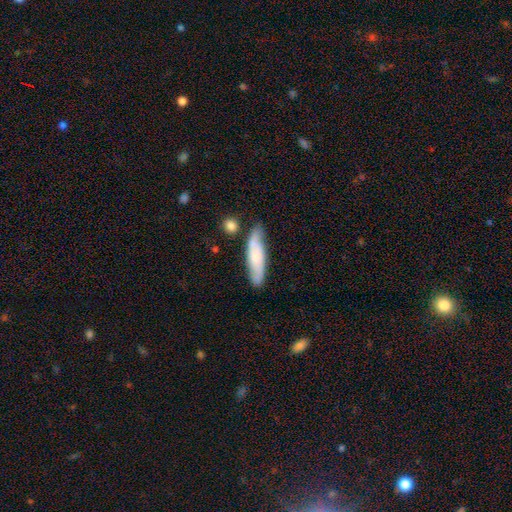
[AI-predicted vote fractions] Smooth or featured? smooth (52%)
How rounded? cigar-shaped (67%)
Merging? none (75%)